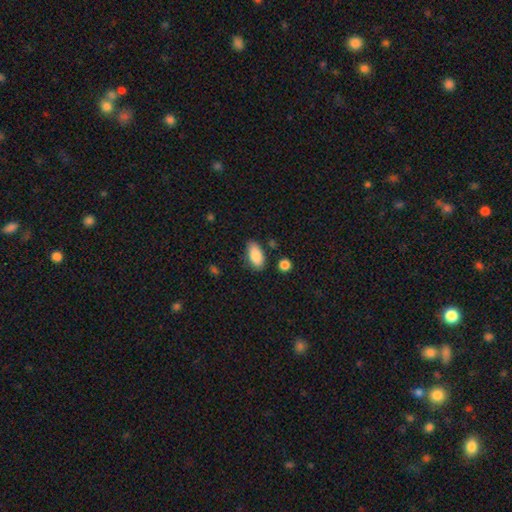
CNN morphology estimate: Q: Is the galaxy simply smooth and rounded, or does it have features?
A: smooth — 87%.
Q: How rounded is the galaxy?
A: in between — 91%.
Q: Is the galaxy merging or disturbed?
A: none — 80%.